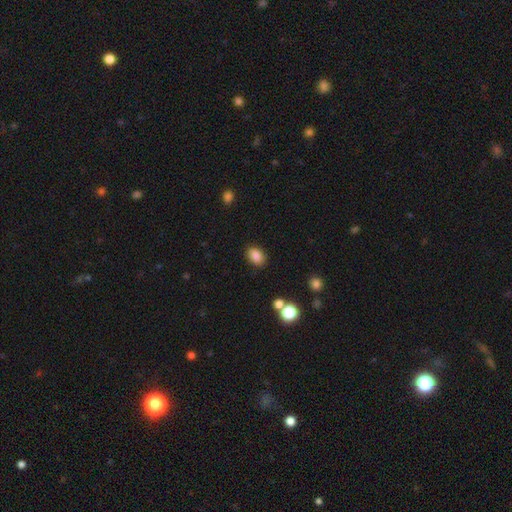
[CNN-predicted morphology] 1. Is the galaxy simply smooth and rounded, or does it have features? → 85% smooth, 10% star or artifact, 6% featured or disk.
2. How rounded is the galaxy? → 75% in between, 24% round, 1% cigar-shaped.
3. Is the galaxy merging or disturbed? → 87% none, 9% minor disturbance, 2% major disturbance, 2% merger.